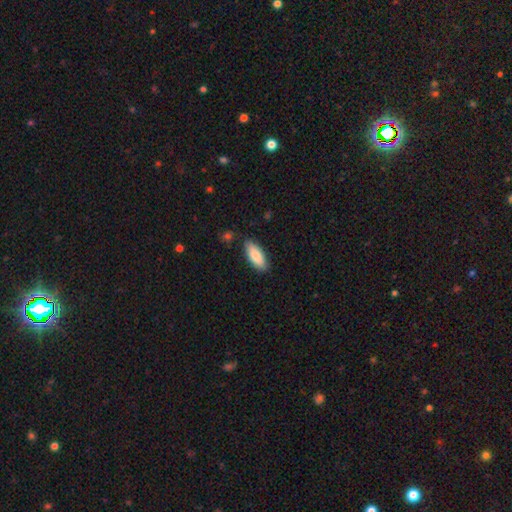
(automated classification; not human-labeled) Smooth or featured? smooth (83%)
How rounded? in between (80%)
Merging? none (85%)